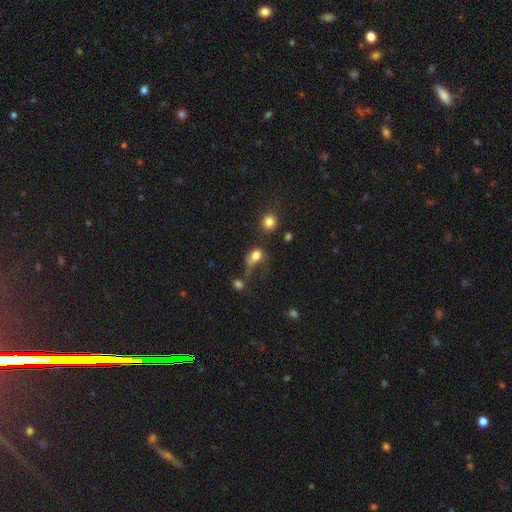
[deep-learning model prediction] Q: Smooth or featured?
A: smooth (69%); runner-up: featured or disk (16%)
Q: How rounded?
A: in between (56%); runner-up: round (40%)
Q: Merging?
A: major disturbance (39%); runner-up: none (26%)